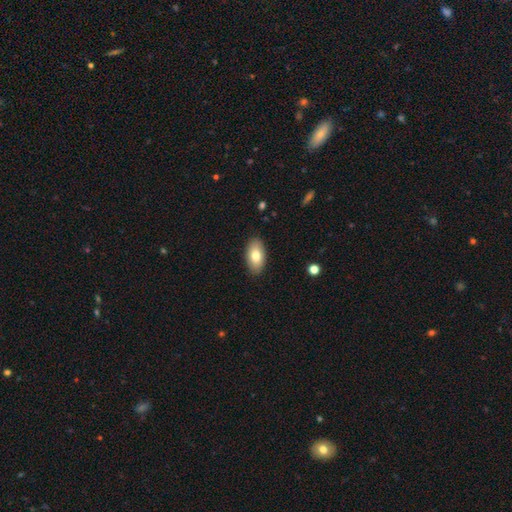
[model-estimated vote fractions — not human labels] This is likely a smooth galaxy (79%). How rounded: clearly in between (94%). Merging: clearly none (88%).